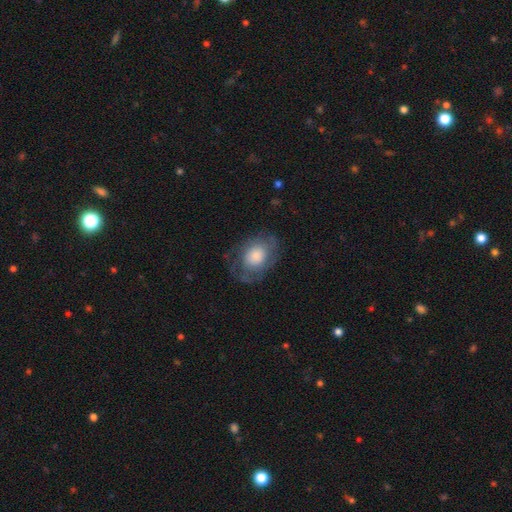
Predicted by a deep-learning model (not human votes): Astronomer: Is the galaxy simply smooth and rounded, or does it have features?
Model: smooth — 54% (runner-up: featured or disk, 38%).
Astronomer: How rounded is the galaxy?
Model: in between — 66%.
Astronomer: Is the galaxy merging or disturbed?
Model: none — 64%.